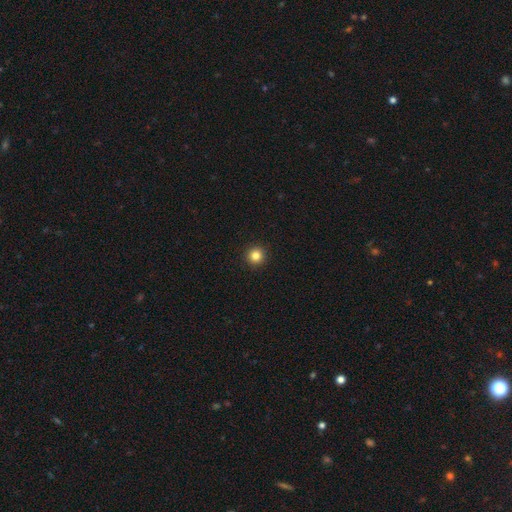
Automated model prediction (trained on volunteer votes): Morphology: type=smooth (83%); roundness=round (96%); merging=none (94%).